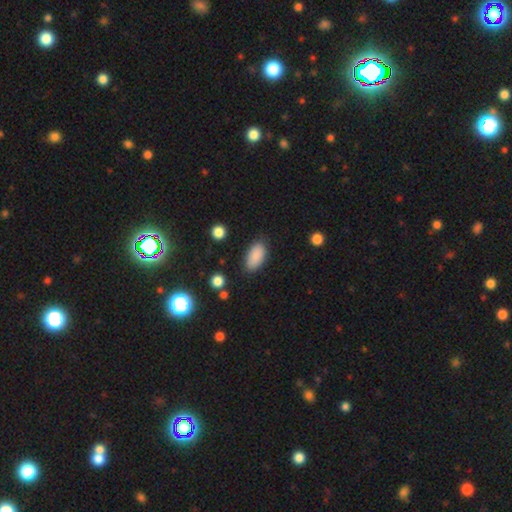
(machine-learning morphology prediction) Overall: smooth (88%). How rounded: in between (92%). Merging: none (84%).